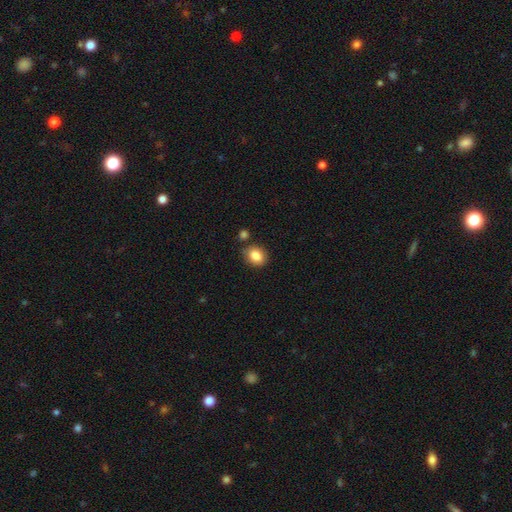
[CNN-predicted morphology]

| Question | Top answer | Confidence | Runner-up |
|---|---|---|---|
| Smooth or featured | smooth | 85% | star or artifact (9%) |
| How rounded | in between | 51% | round (48%) |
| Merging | none | 77% | minor disturbance (12%) |